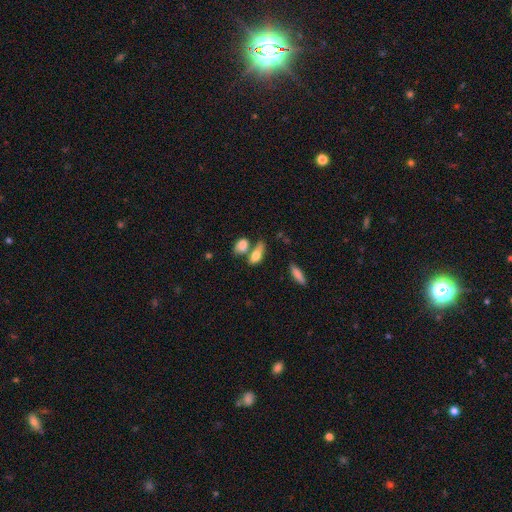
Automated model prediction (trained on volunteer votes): The model was most divided on "merging": none: 40%, merger: 39%, minor disturbance: 14%, major disturbance: 7%. More confident: how rounded — in between (80%); smooth or featured — smooth (74%).